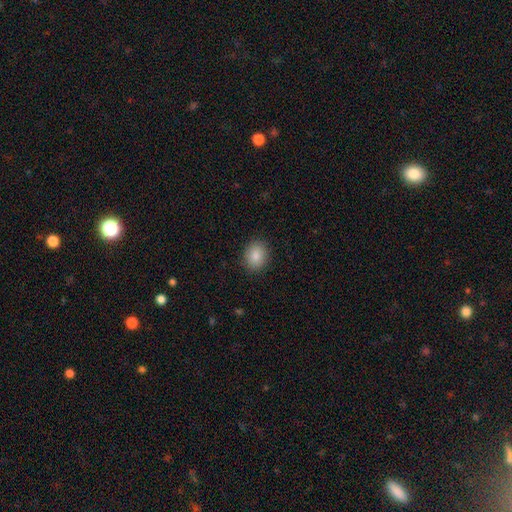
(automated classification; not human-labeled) This is clearly a smooth galaxy (86%). How rounded: possibly round (54%). Merging: clearly none (89%).